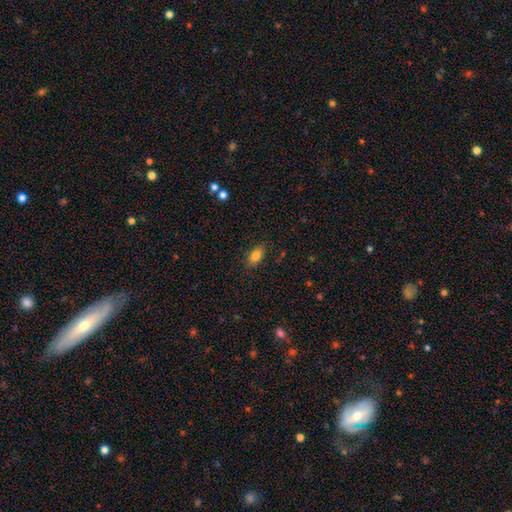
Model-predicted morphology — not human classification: The model was most divided on "merging": none: 85%, minor disturbance: 11%, major disturbance: 3%, merger: 1%. More confident: how rounded — in between (88%); smooth or featured — smooth (83%).